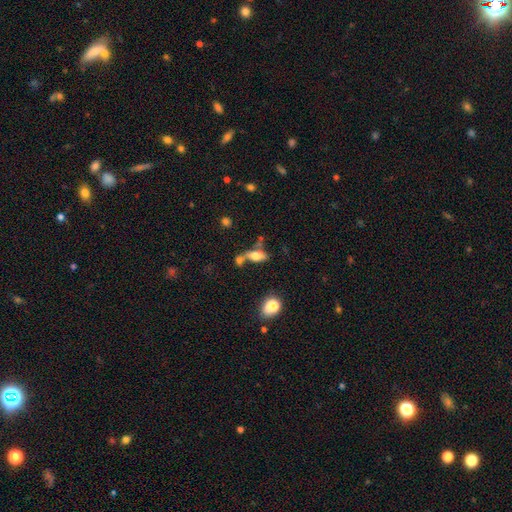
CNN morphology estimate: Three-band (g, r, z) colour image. It shows a smooth galaxy with no disk features (61%) that is in between round and cigar-shaped (72%). Merging: merger (39%).